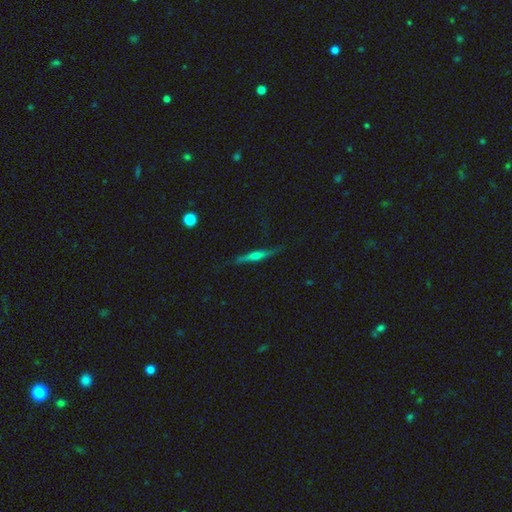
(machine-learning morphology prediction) Smooth or featured: featured or disk — 63% (smooth — 30%)
Edge-on disk: yes — 96% (no — 4%)
Edge-on bulge: rounded — 80% (none — 12%)
Merging: none — 83% (minor disturbance — 13%)